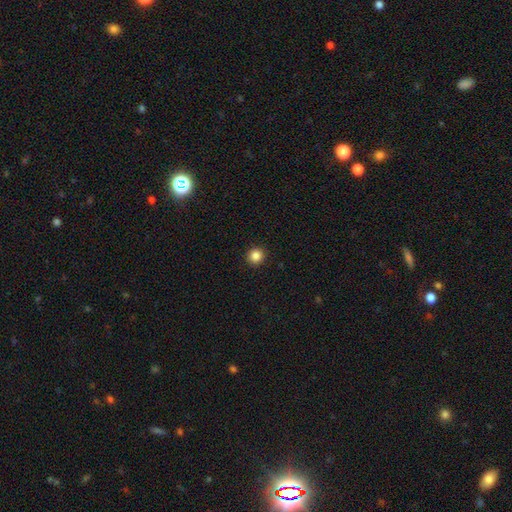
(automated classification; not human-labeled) Smooth or featured? Predicted: smooth (p=0.86). How rounded? Predicted: round (p=0.93). Merging? Predicted: none (p=0.93).